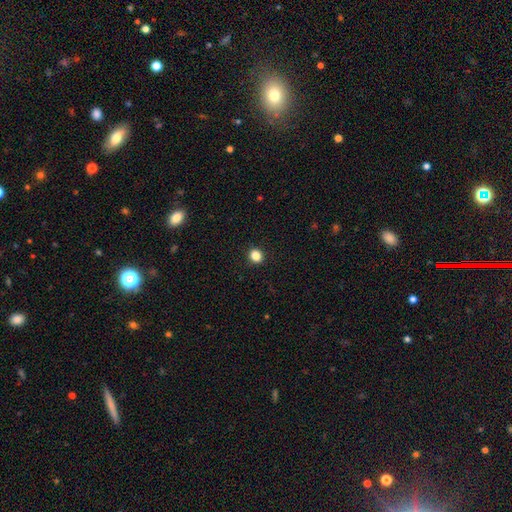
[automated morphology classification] smooth-or-featured: smooth: 86% | star or artifact: 11% | featured or disk: 3%
  how-rounded: round: 72% | in between: 27% | cigar-shaped: 1%
  merging: none: 92% | minor disturbance: 6% | major disturbance: 2% | merger: 1%